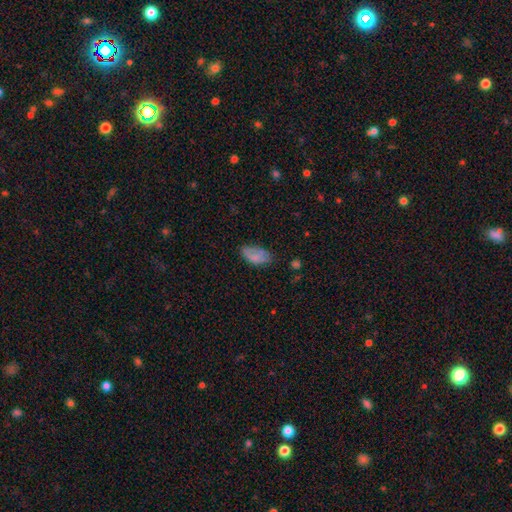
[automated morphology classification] Smooth or featured? smooth (78%)
How rounded? in between (94%)
Merging? none (62%)